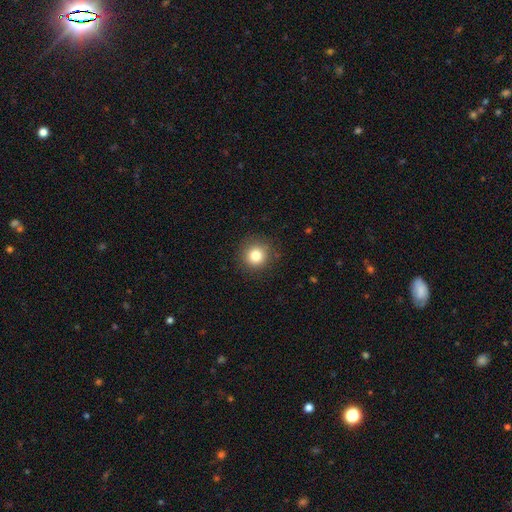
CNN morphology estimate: Smooth or featured? smooth (82%)
How rounded? round (93%)
Merging? none (89%)